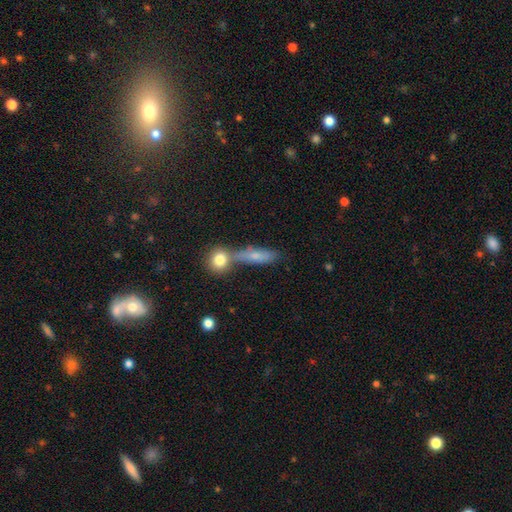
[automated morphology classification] Overall: smooth (68%). How rounded: cigar-shaped (48%; in between 40%). Merging: none (48%; merger 33%).